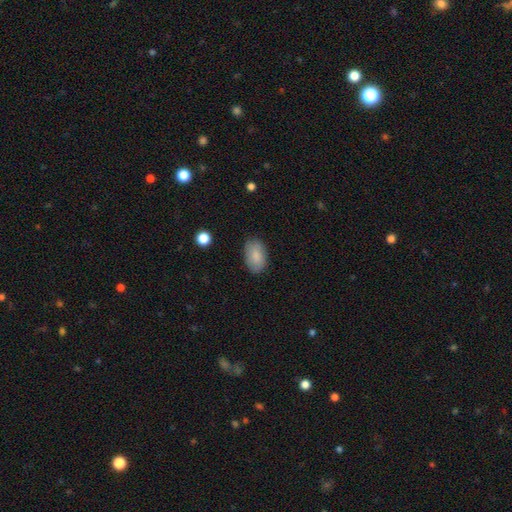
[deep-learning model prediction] Smooth or featured? smooth (85%)
How rounded? in between (93%)
Merging? none (82%)